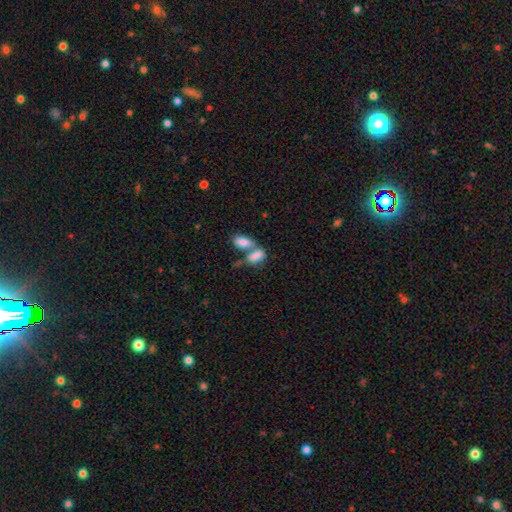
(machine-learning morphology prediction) Smooth or featured? smooth (82%)
How rounded? in between (89%)
Merging? merger (61%)